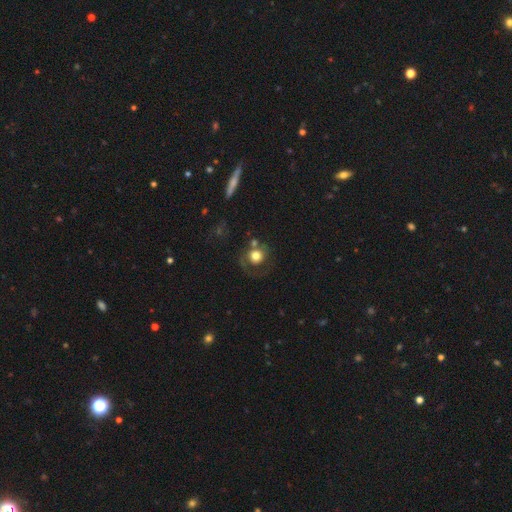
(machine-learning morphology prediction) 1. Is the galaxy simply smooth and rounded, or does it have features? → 64% smooth, 27% featured or disk, 9% star or artifact.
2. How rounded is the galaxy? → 83% round, 16% in between, 1% cigar-shaped.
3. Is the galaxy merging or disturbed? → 44% none, 28% major disturbance, 17% minor disturbance, 11% merger.